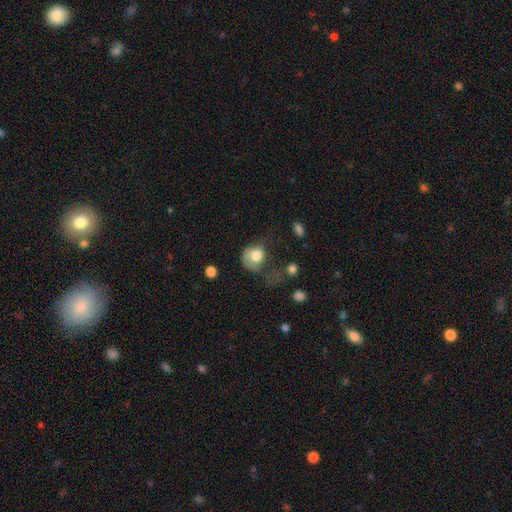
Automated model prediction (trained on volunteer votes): smooth-or-featured: smooth: 75% | featured or disk: 18% | star or artifact: 8%
  how-rounded: round: 63% | in between: 36% | cigar-shaped: 1%
  merging: major disturbance: 53% | minor disturbance: 22% | none: 20% | merger: 5%